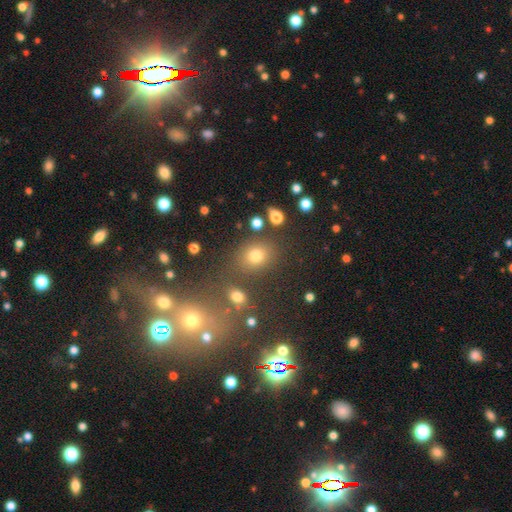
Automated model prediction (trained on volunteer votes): smooth 70%, star or artifact 21%, featured or disk 9%. Down the decision tree: how rounded — round (56%); merging — none (75%).